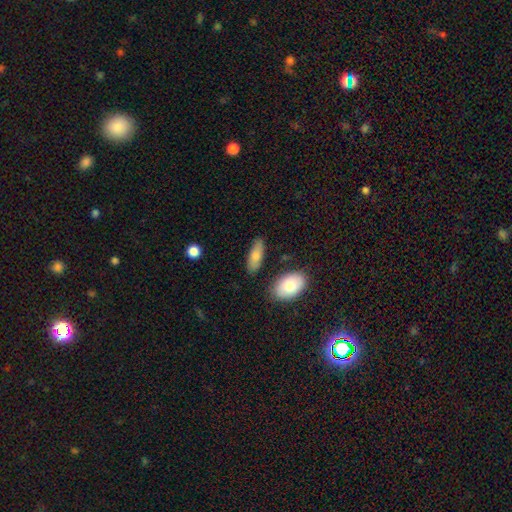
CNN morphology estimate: Smooth or featured? smooth (79%)
How rounded? in between (74%)
Merging? none (79%)